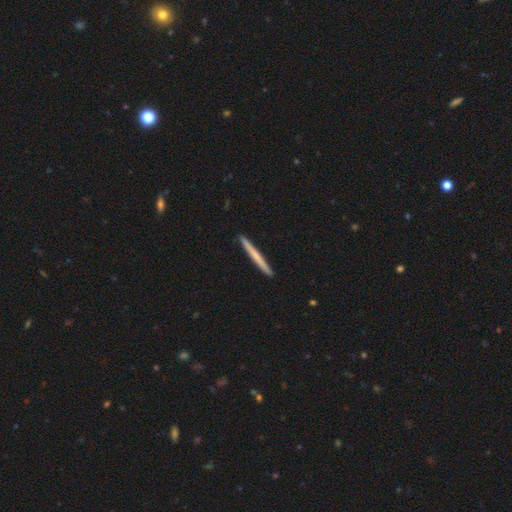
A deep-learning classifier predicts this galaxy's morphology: Q: Smooth or featured?
A: smooth (54%); runner-up: featured or disk (40%)
Q: How rounded?
A: cigar-shaped (97%); runner-up: in between (2%)
Q: Merging?
A: none (93%); runner-up: minor disturbance (4%)